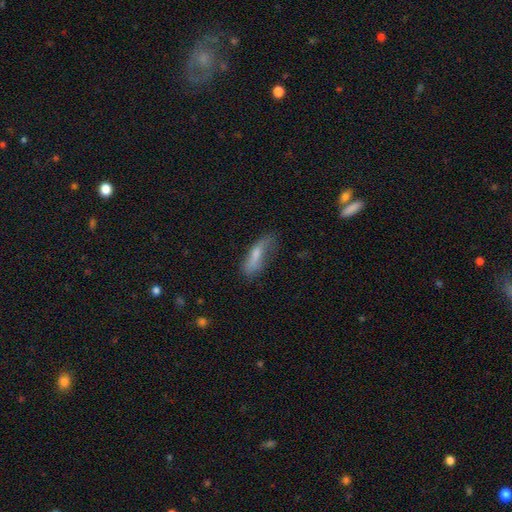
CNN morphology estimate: smooth 68%, featured or disk 24%, star or artifact 8%. Down the decision tree: how rounded — cigar-shaped (51%); merging — none (49%).